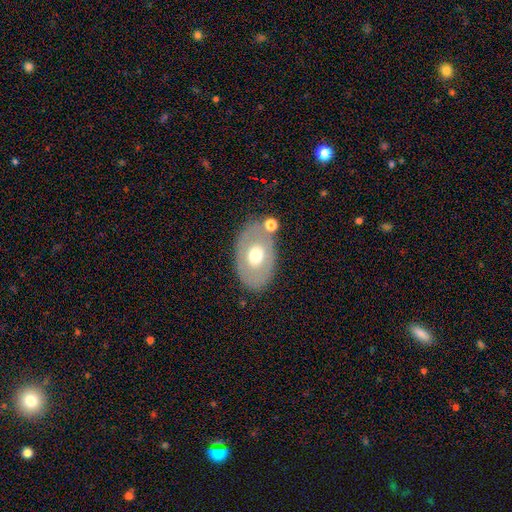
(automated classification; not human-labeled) smooth-or-featured: smooth: 51% | featured or disk: 43% | star or artifact: 7%
  how-rounded: in between: 85% | round: 14% | cigar-shaped: 1%
  merging: none: 73% | minor disturbance: 13% | merger: 8% | major disturbance: 6%